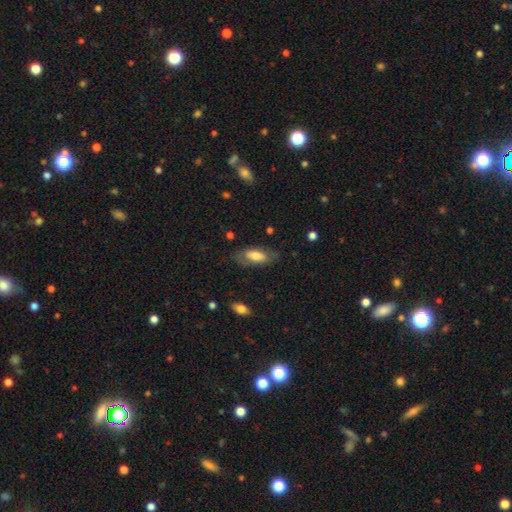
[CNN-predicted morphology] Smooth or featured? Predicted: smooth (p=0.68). How rounded? Predicted: in between (p=0.81). Merging? Predicted: none (p=0.73).